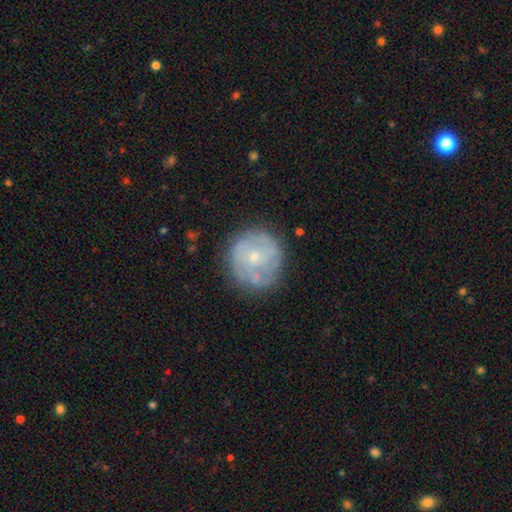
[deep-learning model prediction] smooth-or-featured: featured or disk: 56% | smooth: 37% | star or artifact: 8%
  disk-edge-on: no: 98% | yes: 2%
    bar: no: 82% | weak: 16% | strong: 3%
    has-spiral-arms: no: 50% (tied) | yes: 50% (tied)
    bulge-size: small: 69% | moderate: 27% | none: 2% | large: 1% | dominant: 1%
  merging: none: 71% | minor disturbance: 19% | major disturbance: 7% | merger: 3%